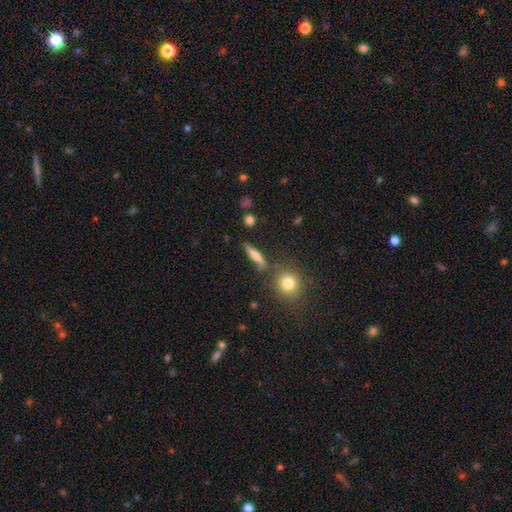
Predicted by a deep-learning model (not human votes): smooth-or-featured: smooth: 60% | featured or disk: 30% | star or artifact: 10%
  how-rounded: cigar-shaped: 77% | in between: 16% | round: 7%
  merging: none: 78% | minor disturbance: 12% | merger: 6% | major disturbance: 4%